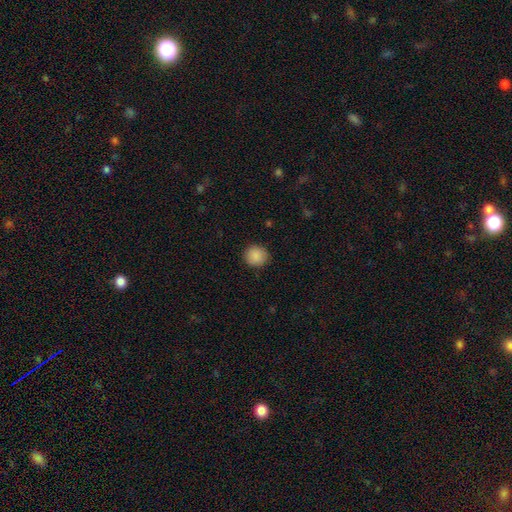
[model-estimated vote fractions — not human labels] The model was most divided on "smooth or featured": smooth: 89%, star or artifact: 8%, featured or disk: 3%. More confident: how rounded — round (91%); merging — none (90%).